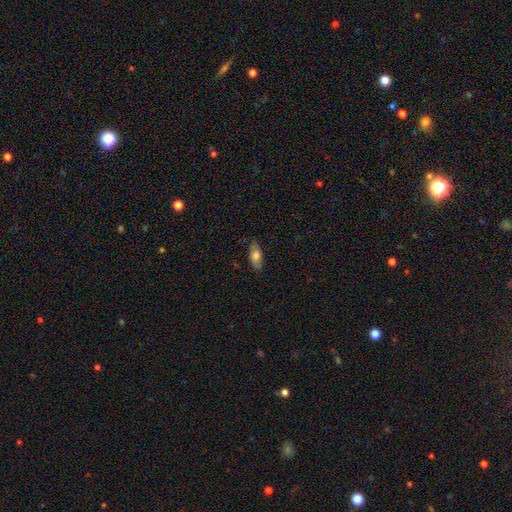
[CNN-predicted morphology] Q: Smooth or featured?
A: smooth (73%); runner-up: featured or disk (20%)
Q: How rounded?
A: in between (85%); runner-up: cigar-shaped (12%)
Q: Merging?
A: none (78%); runner-up: minor disturbance (17%)